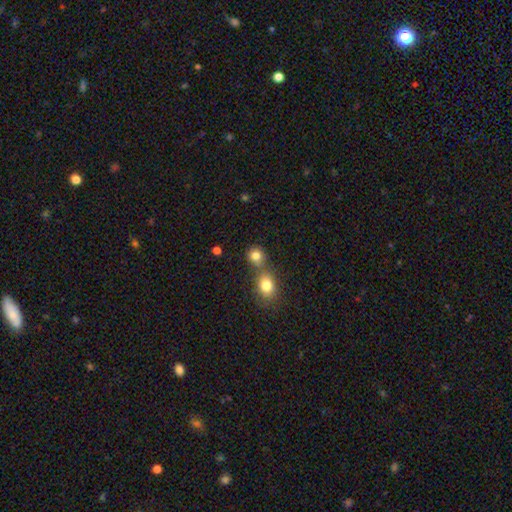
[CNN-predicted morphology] The model was most divided on "merging": none: 52%, merger: 37%, minor disturbance: 8%, major disturbance: 3%. More confident: smooth or featured — smooth (81%); how rounded — round (80%).